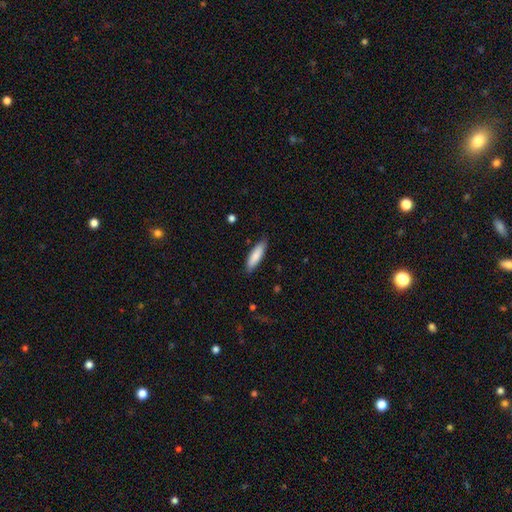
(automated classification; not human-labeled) A smooth galaxy with no disk features (85%) that is cigar-shaped (63%). Merging: none (85%).